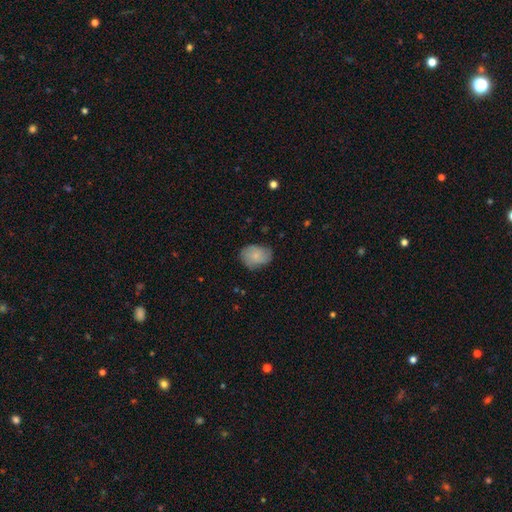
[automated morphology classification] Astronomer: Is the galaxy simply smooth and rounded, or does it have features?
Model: smooth — 74%.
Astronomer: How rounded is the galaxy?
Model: in between — 71%.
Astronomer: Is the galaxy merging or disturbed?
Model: none — 71%.